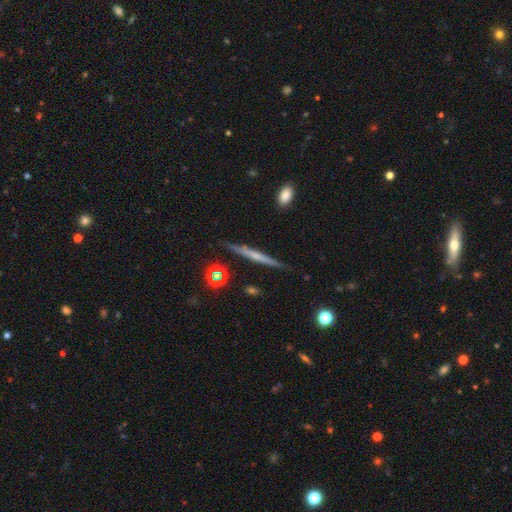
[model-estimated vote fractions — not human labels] The model was most divided on "smooth or featured": featured or disk: 55%, smooth: 36%, star or artifact: 9%. More confident: edge-on disk — yes (96%); merging — none (85%); edge-on bulge — none (60%).